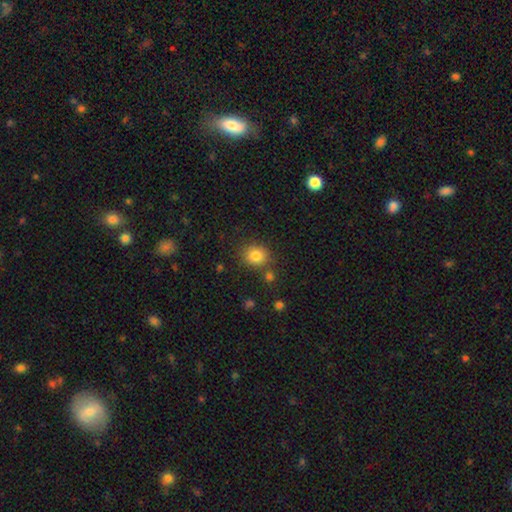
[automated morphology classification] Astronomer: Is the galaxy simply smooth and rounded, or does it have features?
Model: smooth — 83%.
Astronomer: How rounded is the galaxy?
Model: round — 76%.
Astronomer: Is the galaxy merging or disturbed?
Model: none — 78%.